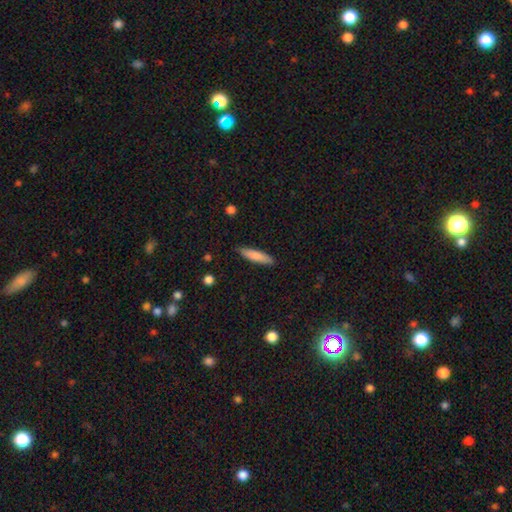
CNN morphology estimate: This appears to be a smooth galaxy with no disk features (82%) that is cigar-shaped (77%). Merging: none (86%).